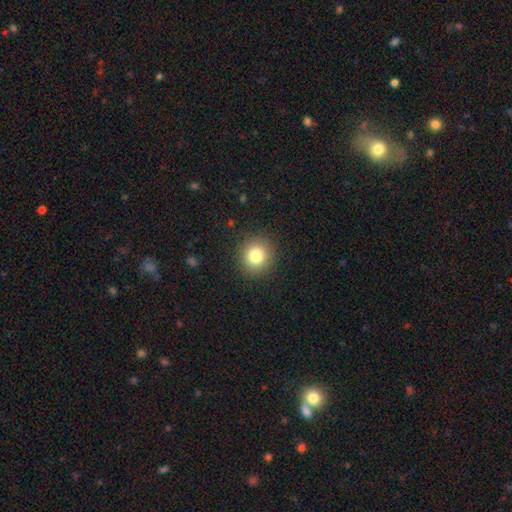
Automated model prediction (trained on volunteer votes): Overall: smooth (82%). How rounded: round (90%). Merging: none (91%).